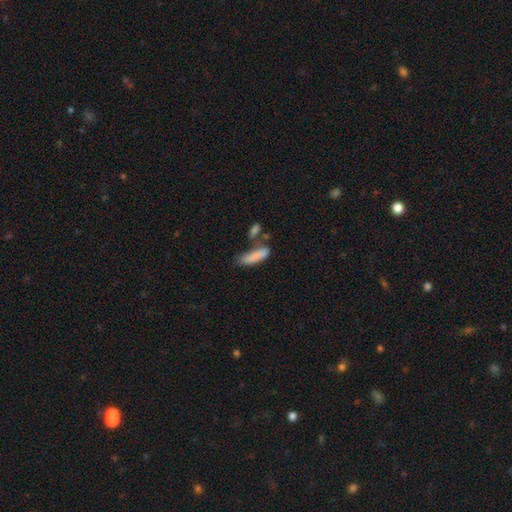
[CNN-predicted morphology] smooth-or-featured: smooth: 82% | featured or disk: 11% | star or artifact: 8%
  how-rounded: cigar-shaped: 61% | in between: 37% | round: 2%
  merging: none: 44% | merger: 23% | minor disturbance: 22% | major disturbance: 11%